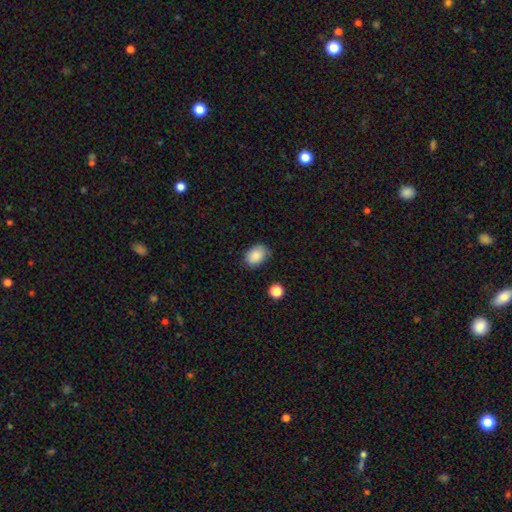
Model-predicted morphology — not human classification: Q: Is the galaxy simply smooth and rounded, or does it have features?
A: smooth — 86%.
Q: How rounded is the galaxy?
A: in between — 73%.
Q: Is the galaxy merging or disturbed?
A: none — 76%.